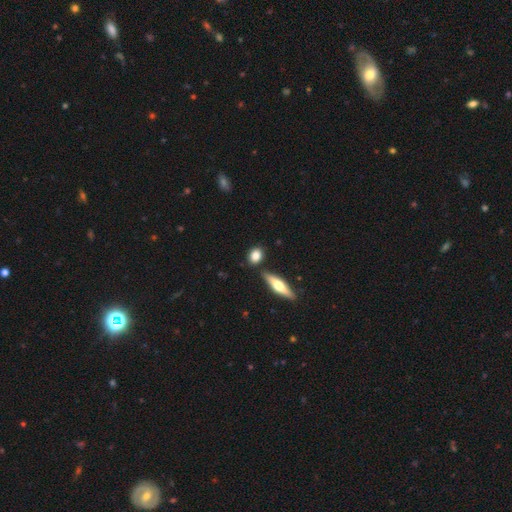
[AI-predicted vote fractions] This appears to be a smooth galaxy with no disk features (82%) that is in between round and cigar-shaped (49%). Merging: none (77%).